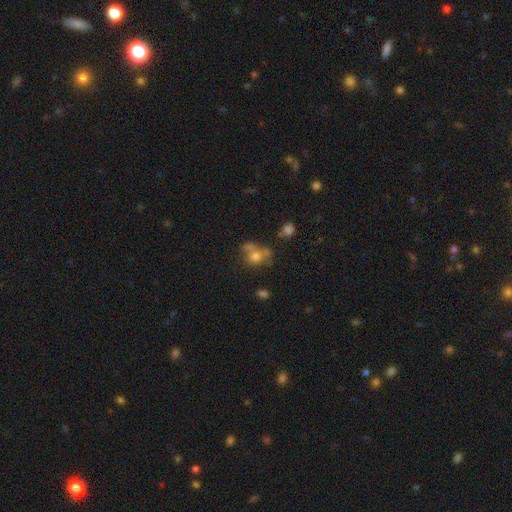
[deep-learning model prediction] This appears to be a smooth galaxy with no disk features (64%) that is round (59%). Merging: none (36%).